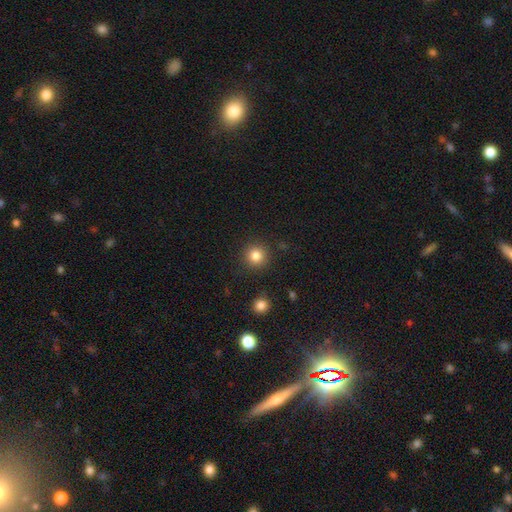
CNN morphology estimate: This appears to be a smooth galaxy with no disk features (84%) that is round (95%). Merging: none (90%).